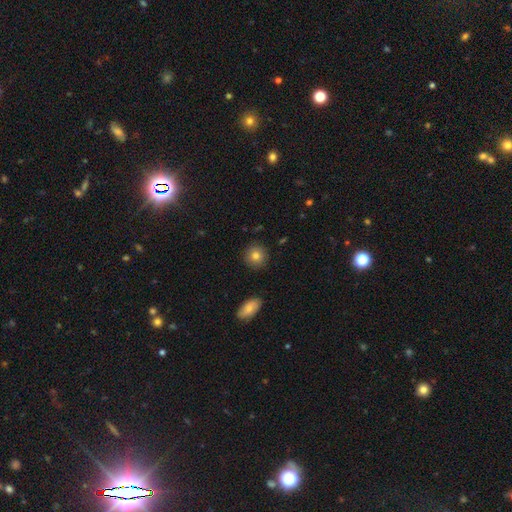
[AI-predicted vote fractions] This appears to be a smooth galaxy with no disk features (80%) that is round (91%). Merging: none (90%).